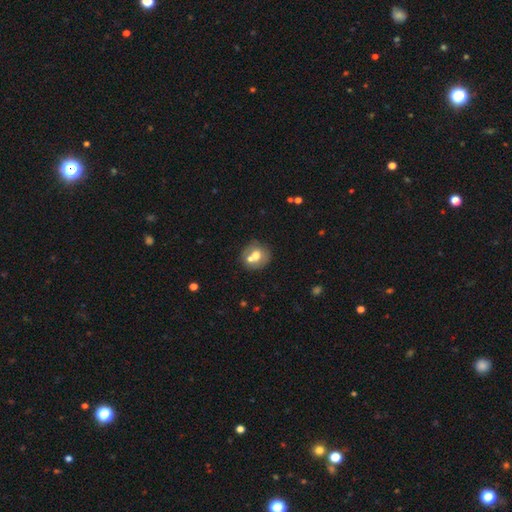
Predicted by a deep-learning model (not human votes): This is likely a smooth galaxy (63%). How rounded: likely round (75%). Merging: possibly none (48%).